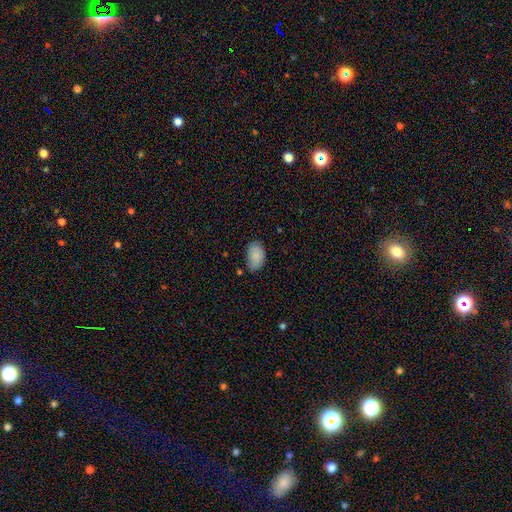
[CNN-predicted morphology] Q: Smooth or featured?
A: smooth (87%); runner-up: star or artifact (7%)
Q: How rounded?
A: in between (91%); runner-up: round (8%)
Q: Merging?
A: none (66%); runner-up: minor disturbance (26%)